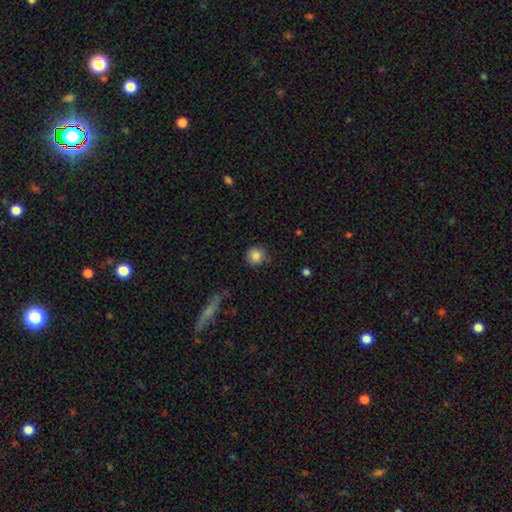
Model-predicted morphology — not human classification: Smooth or featured? smooth (85%)
How rounded? round (91%)
Merging? none (81%)